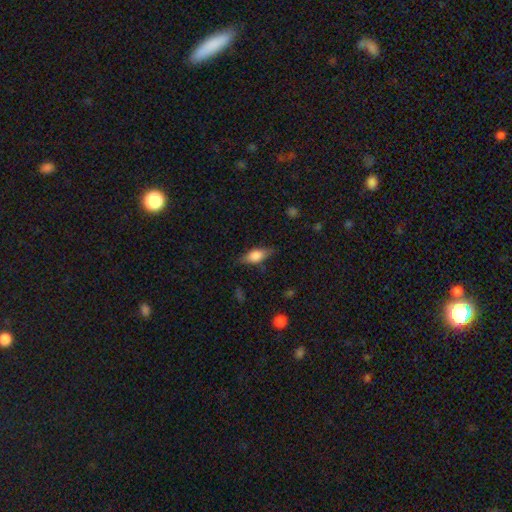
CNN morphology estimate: Smooth or featured? smooth (60%)
How rounded? in between (75%)
Merging? none (75%)